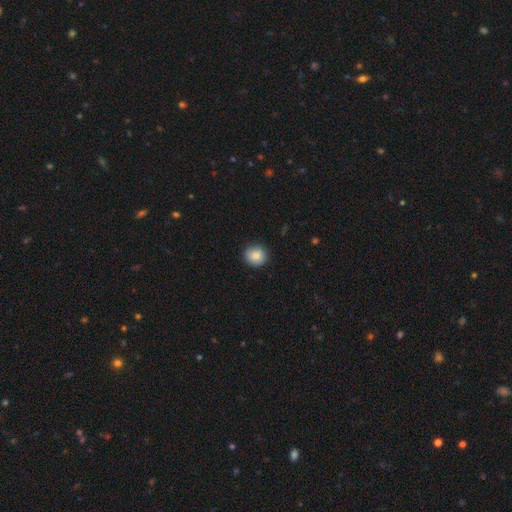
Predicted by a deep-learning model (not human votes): smooth-or-featured: smooth: 87% | star or artifact: 8% | featured or disk: 5%
  how-rounded: round: 85% | in between: 14% | cigar-shaped: 1%
  merging: none: 88% | minor disturbance: 9% | major disturbance: 2% | merger: 1%